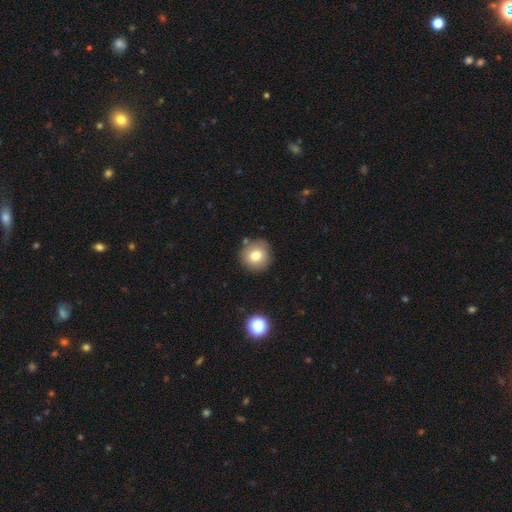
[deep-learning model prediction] Smooth or featured? smooth (78%)
How rounded? round (92%)
Merging? none (84%)